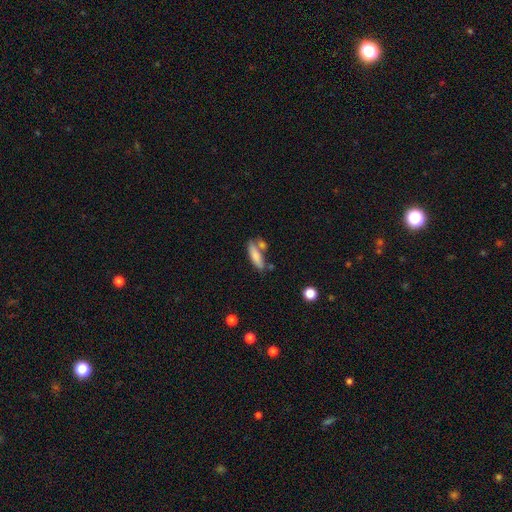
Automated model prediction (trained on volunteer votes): Smooth or featured?
  - smooth: 79% *
  - featured or disk: 14%
  - star or artifact: 7%
How rounded?
  - cigar-shaped: 53% *
  - in between: 44%
  - round: 2%
Merging?
  - none: 58% *
  - merger: 21%
  - minor disturbance: 16%
  - major disturbance: 5%